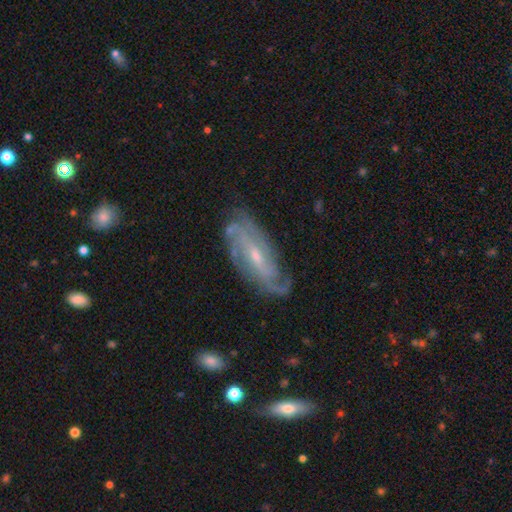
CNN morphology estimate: Smooth or featured? featured or disk (86%)
Edge-on disk? no (90%)
Bar? weak (45%)
Spiral arms? yes (95%)
Spiral winding? tight (52%)
Spiral arm count? 2 (29%, tied with can't tell)
Bulge size? small (60%)
Merging? none (74%)